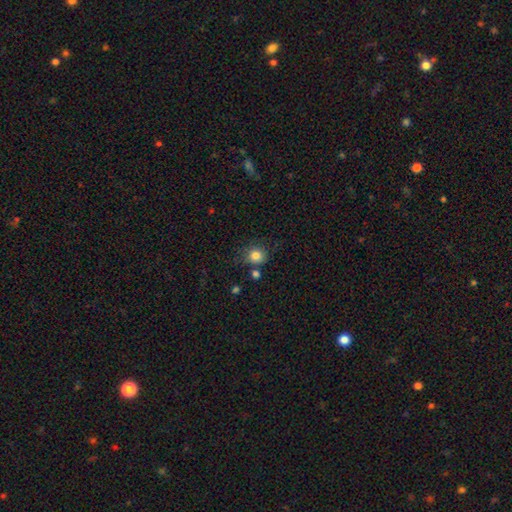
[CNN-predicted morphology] smooth_or_featured: smooth (p=0.82) [alt: star or artifact p=0.11]
how_rounded: round (p=0.83) [alt: in between p=0.16]
merging: none (p=0.70) [alt: minor disturbance p=0.16]